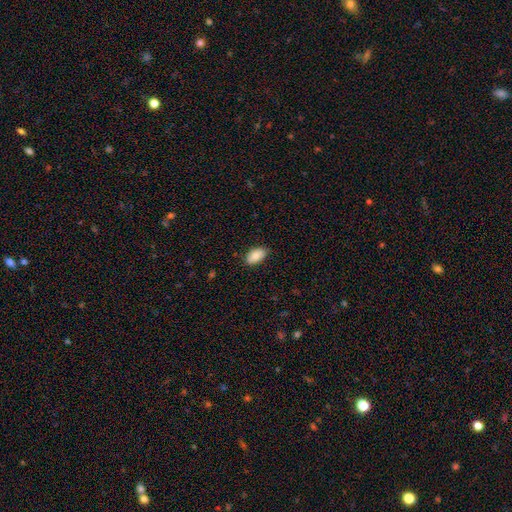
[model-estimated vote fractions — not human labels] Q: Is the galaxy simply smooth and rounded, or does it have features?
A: smooth — 84%.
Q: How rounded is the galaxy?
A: in between — 94%.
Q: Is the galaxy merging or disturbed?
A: none — 83%.